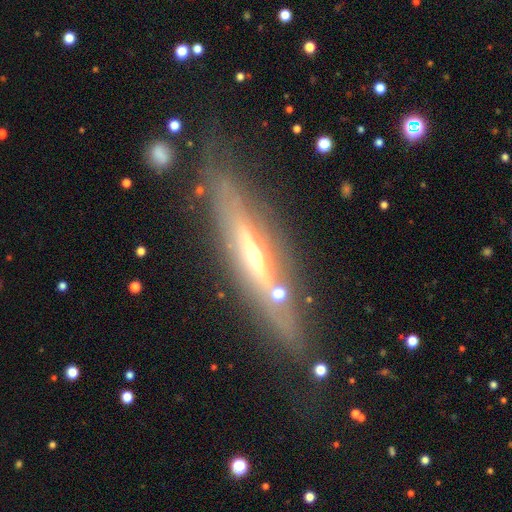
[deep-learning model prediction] A featured or disk galaxy (74%) viewed edge-on (83%) with a rounded central bulge (81%).

Vote fractions:
- Smooth or featured? featured or disk: 74% / smooth: 18% / star or artifact: 9%
- Edge-on disk? yes: 83% / no: 17%
- Edge-on bulge? rounded: 81% / none: 12% / boxy: 6%
- Merging? none: 72% / minor disturbance: 15% / major disturbance: 8% / merger: 4%